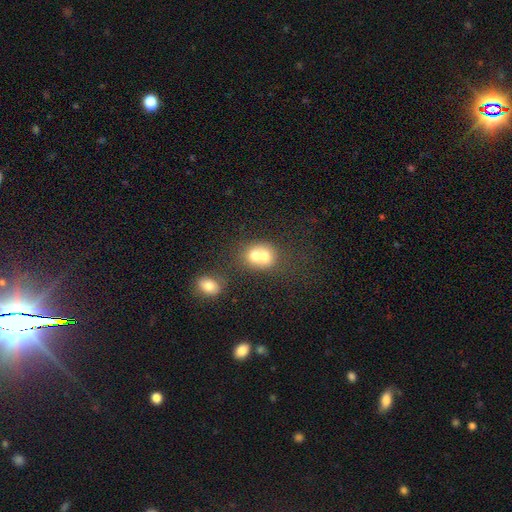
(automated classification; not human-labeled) Smooth or featured: smooth — 68% (featured or disk — 22%)
How rounded: round — 67% (in between — 32%)
Merging: merger — 67% (none — 24%)